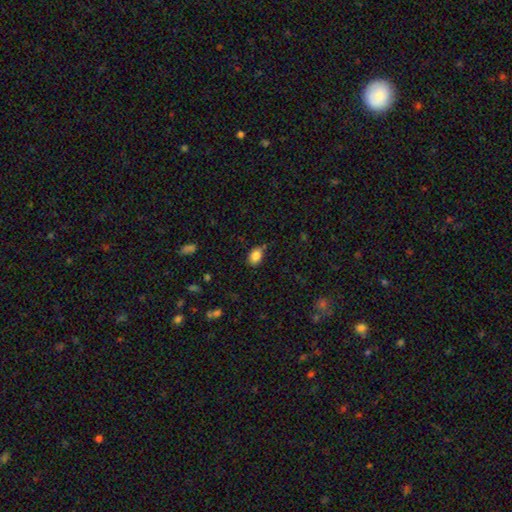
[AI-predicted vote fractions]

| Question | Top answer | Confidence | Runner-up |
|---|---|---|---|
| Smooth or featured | smooth | 86% | star or artifact (9%) |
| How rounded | in between | 78% | round (20%) |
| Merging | none | 72% | minor disturbance (21%) |